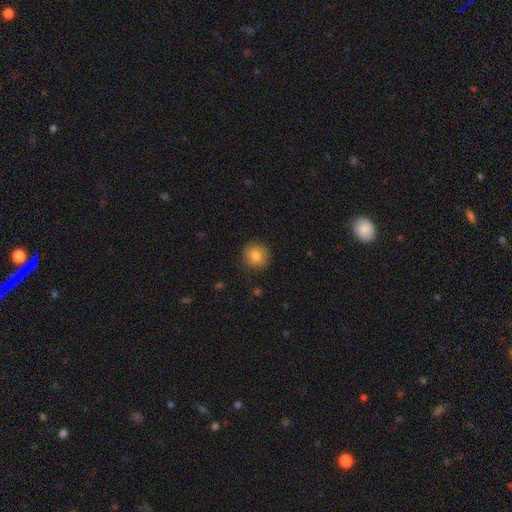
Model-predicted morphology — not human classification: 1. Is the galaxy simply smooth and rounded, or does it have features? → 82% smooth, 9% star or artifact, 9% featured or disk.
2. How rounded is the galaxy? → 90% round, 9% in between, 1% cigar-shaped.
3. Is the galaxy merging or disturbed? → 88% none, 8% minor disturbance, 2% major disturbance, 1% merger.